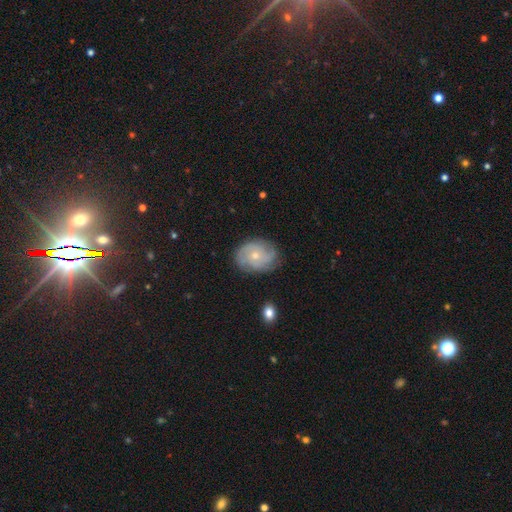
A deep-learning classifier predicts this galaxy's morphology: A featured or disk galaxy (67%) with no bar (82%), tight (54%) spiral arms (88%) and a small central bulge (65%). Merging: none (76%).